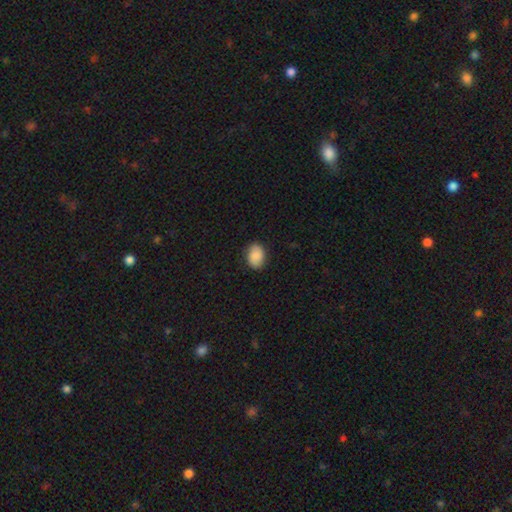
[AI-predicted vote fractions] Smooth or featured?
  - smooth: 84% *
  - featured or disk: 8%
  - star or artifact: 7%
How rounded?
  - in between: 74% *
  - round: 25%
  - cigar-shaped: 1%
Merging?
  - none: 86% *
  - minor disturbance: 11%
  - major disturbance: 2%
  - merger: 1%